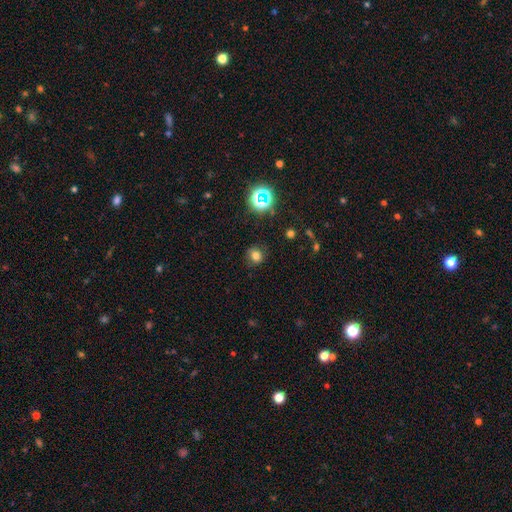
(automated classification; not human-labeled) This appears to be a smooth galaxy with no disk features (72%) that is round (72%). Merging: none (81%).